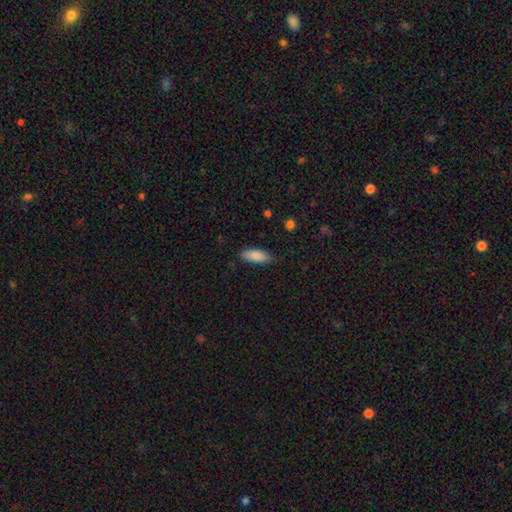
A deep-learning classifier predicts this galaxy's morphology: Smooth or featured? Predicted: smooth (p=0.88). How rounded? Predicted: in between (p=0.76). Merging? Predicted: none (p=0.81).